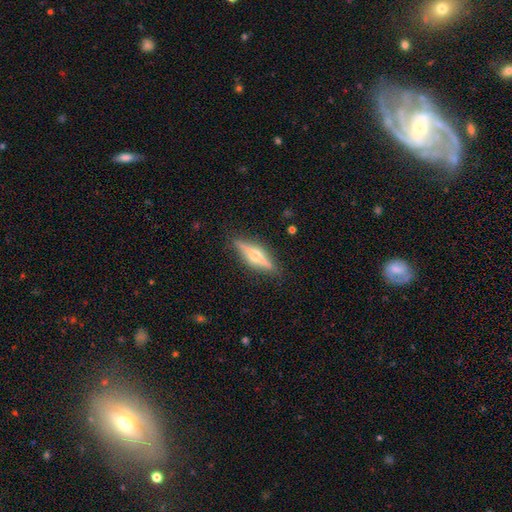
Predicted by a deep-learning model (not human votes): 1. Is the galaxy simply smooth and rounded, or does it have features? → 68% featured or disk, 25% smooth, 7% star or artifact.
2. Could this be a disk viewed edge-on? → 95% yes, 5% no.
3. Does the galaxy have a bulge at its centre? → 92% rounded, 5% boxy, 3% none.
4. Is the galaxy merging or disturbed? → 86% none, 10% minor disturbance, 3% major disturbance, 1% merger.